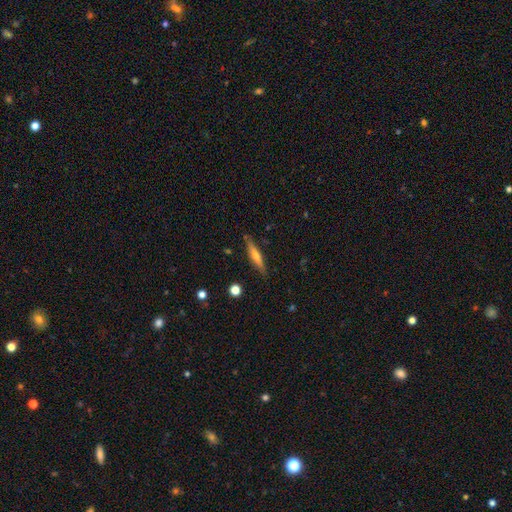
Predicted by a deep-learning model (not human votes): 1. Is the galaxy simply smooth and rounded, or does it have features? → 50% featured or disk, 43% smooth, 7% star or artifact.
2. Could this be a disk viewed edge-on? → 93% yes, 7% no.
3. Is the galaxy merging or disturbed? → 85% none, 11% minor disturbance, 2% major disturbance, 2% merger.